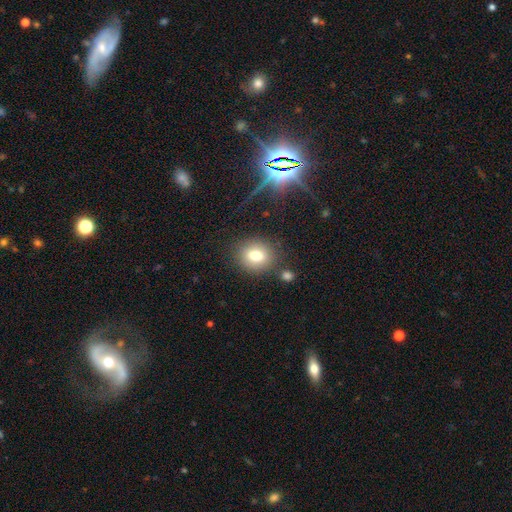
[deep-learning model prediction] This appears to be a smooth galaxy with no disk features (76%) that is round (65%). Merging: none (80%).